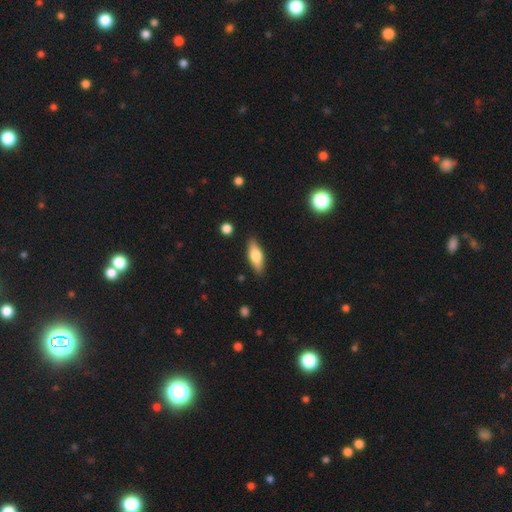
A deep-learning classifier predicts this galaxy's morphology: This appears to be a smooth galaxy with no disk features (67%) that is in between round and cigar-shaped (67%). Merging: none (87%).